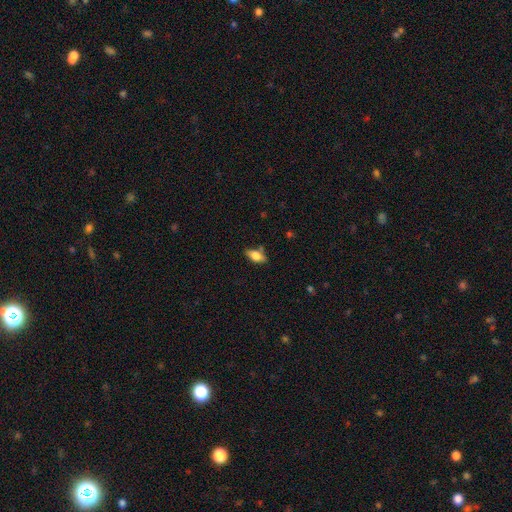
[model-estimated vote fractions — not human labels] Smooth or featured?
  - smooth: 71% *
  - featured or disk: 21%
  - star or artifact: 8%
How rounded?
  - in between: 85% *
  - cigar-shaped: 11%
  - round: 5%
Merging?
  - none: 69% *
  - minor disturbance: 21%
  - merger: 5%
  - major disturbance: 5%